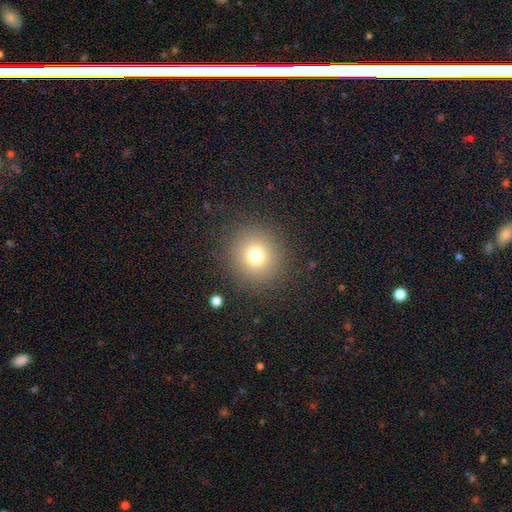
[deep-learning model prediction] Smooth or featured? Predicted: smooth (p=0.74). How rounded? Predicted: round (p=0.92). Merging? Predicted: none (p=0.89).